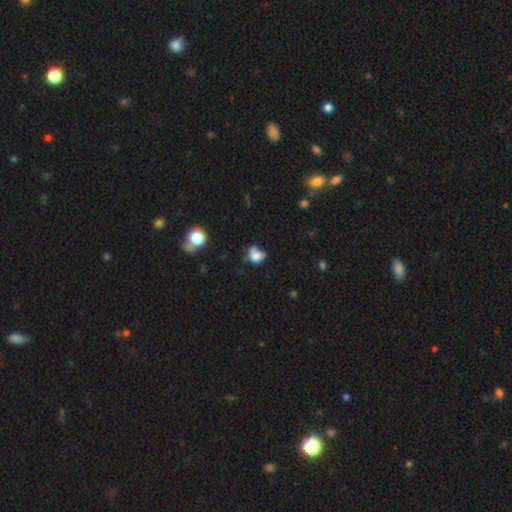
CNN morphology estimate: Smooth or featured? Predicted: smooth (p=0.72). How rounded? Predicted: round (p=0.54). Merging? Predicted: none (p=0.32).